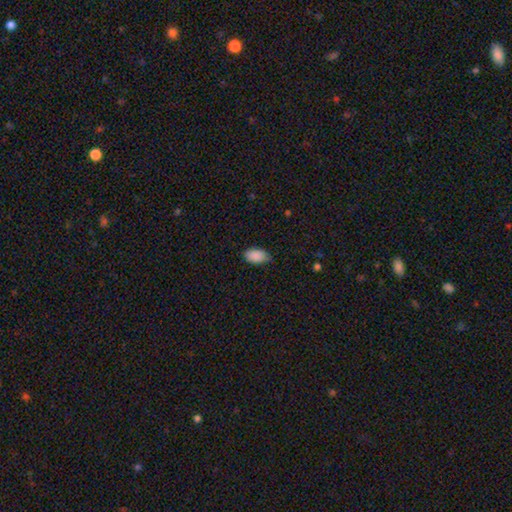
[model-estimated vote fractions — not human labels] Overall: smooth (90%). How rounded: in between (94%). Merging: none (72%).